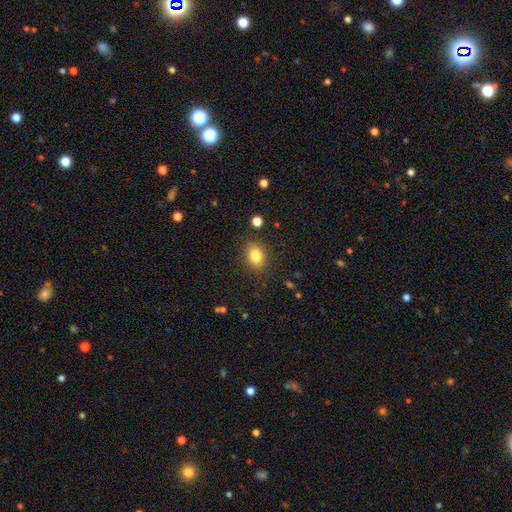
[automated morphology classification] smooth-or-featured: smooth: 82% | star or artifact: 10% | featured or disk: 7%
  how-rounded: in between: 67% | round: 32% | cigar-shaped: 1%
  merging: none: 85% | minor disturbance: 11% | major disturbance: 3% | merger: 2%